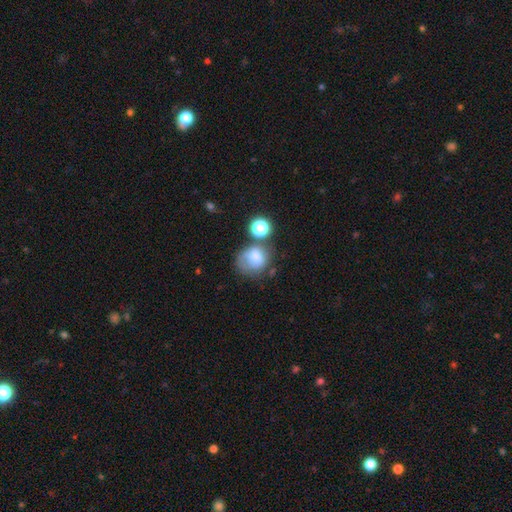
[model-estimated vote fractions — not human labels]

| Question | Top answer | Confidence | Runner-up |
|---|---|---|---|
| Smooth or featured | smooth | 66% | featured or disk (20%) |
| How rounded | round | 65% | in between (34%) |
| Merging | none | 39% | minor disturbance (24%) |